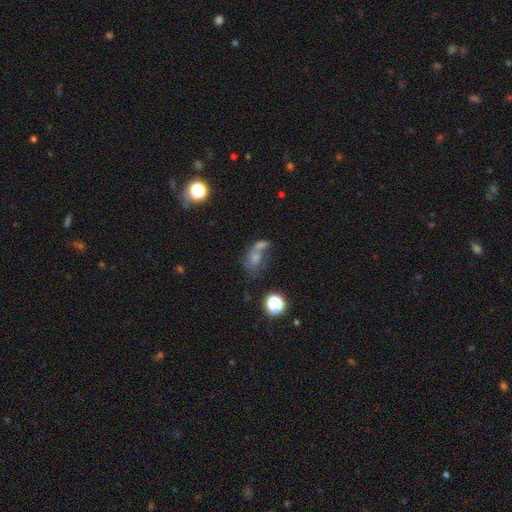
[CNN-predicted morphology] Overall: smooth (45%; featured or disk 28%). Merging: merger (40%; none 32%).